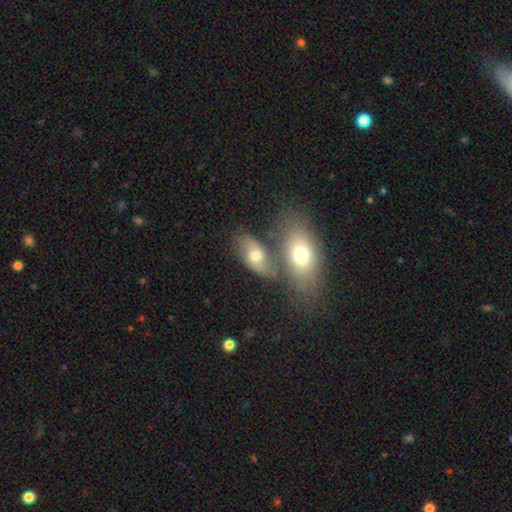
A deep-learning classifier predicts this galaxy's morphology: Smooth or featured: smooth — 54% (featured or disk — 37%)
How rounded: in between — 85% (round — 10%)
Merging: none — 43% (merger — 35%)